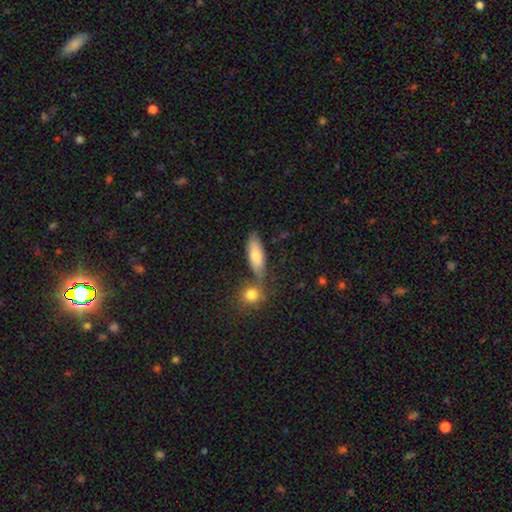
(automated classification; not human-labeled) This is likely a smooth galaxy (76%). How rounded: likely in between (68%). Merging: possibly none (58%).